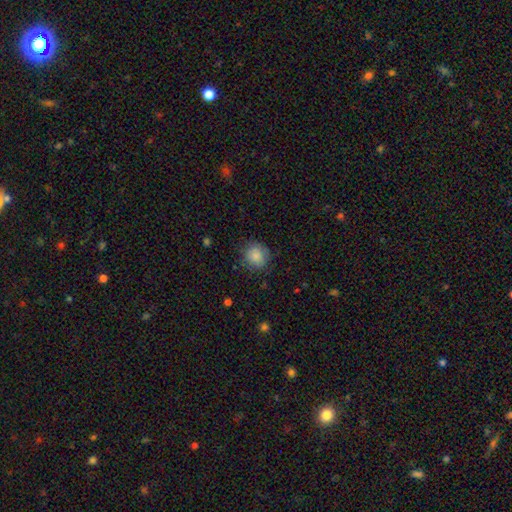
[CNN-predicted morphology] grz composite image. It shows a smooth galaxy with no disk features (85%) that is round (87%). Merging: none (79%).